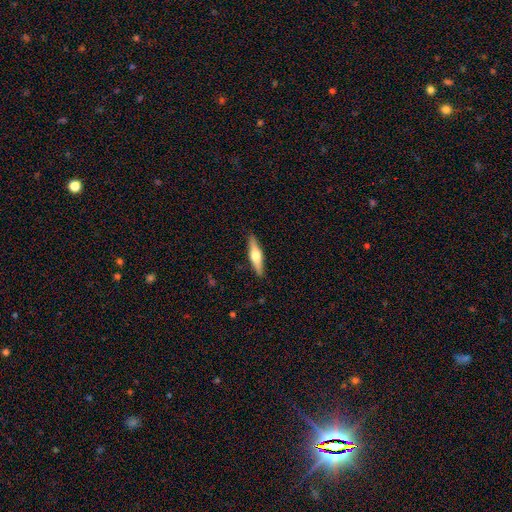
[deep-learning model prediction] Smooth or featured: featured or disk — 56% (smooth — 39%)
Edge-on disk: yes — 95% (no — 5%)
Edge-on bulge: rounded — 94% (boxy — 4%)
Merging: none — 90% (minor disturbance — 8%)